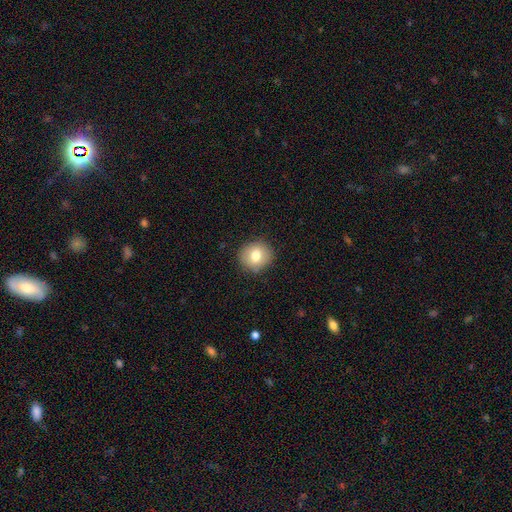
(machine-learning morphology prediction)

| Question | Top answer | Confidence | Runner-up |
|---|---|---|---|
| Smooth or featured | smooth | 77% | featured or disk (14%) |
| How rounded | round | 84% | in between (15%) |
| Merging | none | 88% | minor disturbance (9%) |